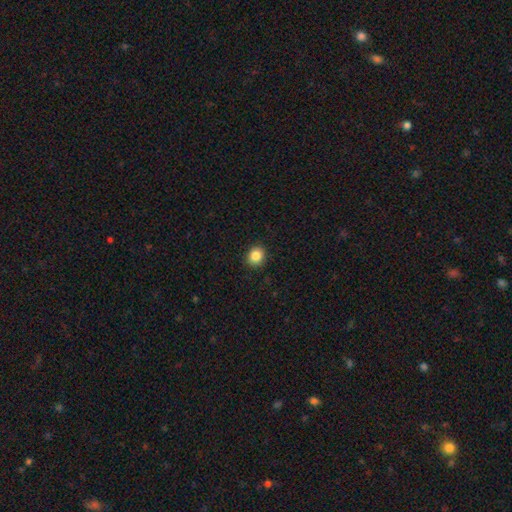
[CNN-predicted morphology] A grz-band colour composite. It shows a smooth galaxy with no disk features (85%) that is round (75%). Merging: none (90%).